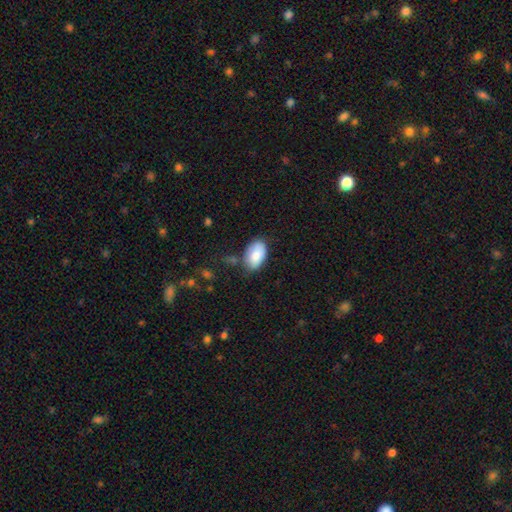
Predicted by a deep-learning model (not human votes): smooth-or-featured: smooth: 79% | featured or disk: 14% | star or artifact: 7%
  how-rounded: in between: 93% | round: 6% | cigar-shaped: 1%
  merging: none: 69% | minor disturbance: 21% | merger: 5% | major disturbance: 4%